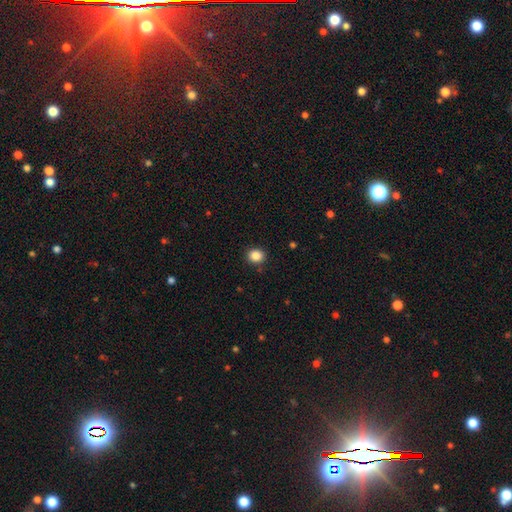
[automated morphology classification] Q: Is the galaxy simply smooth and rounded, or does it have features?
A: smooth — 86%.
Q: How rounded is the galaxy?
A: round — 75%.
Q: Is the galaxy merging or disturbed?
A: none — 90%.